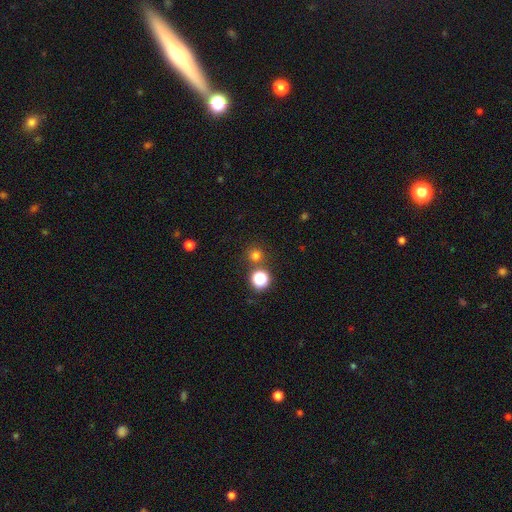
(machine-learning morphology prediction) The model was most divided on "smooth or featured": smooth: 71%, star or artifact: 24%, featured or disk: 6%. More confident: how rounded — round (93%); merging — none (81%).